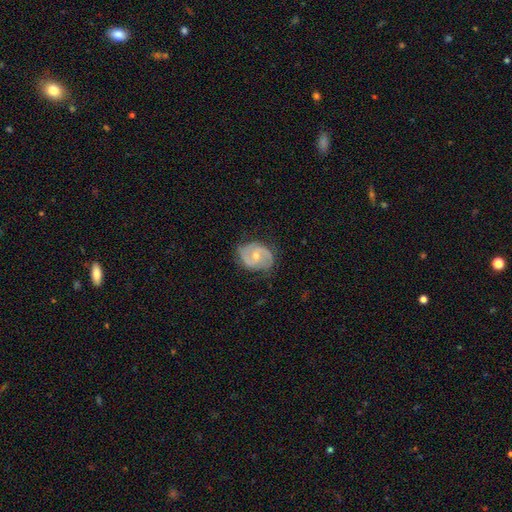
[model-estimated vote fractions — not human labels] featured or disk 77%, smooth 17%, star or artifact 6%. Down the decision tree: edge-on disk — no (97%); bar — no (45%); spiral arms — yes (92%); spiral arm count — 2 (84%); spiral winding — medium (49%); bulge size — moderate (53%); merging — none (73%).